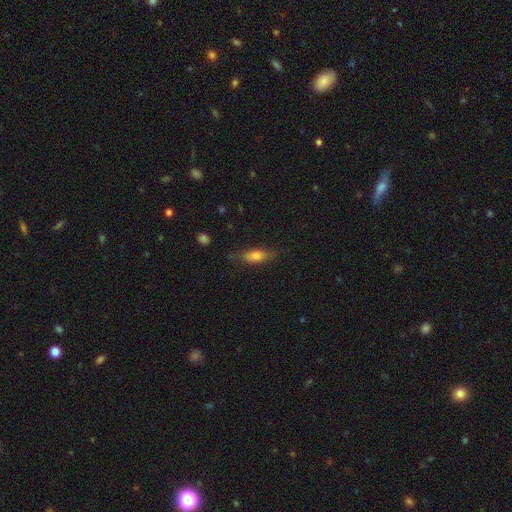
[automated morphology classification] Overall: smooth (69%). How rounded: in between (64%; cigar-shaped 32%). Merging: none (71%).